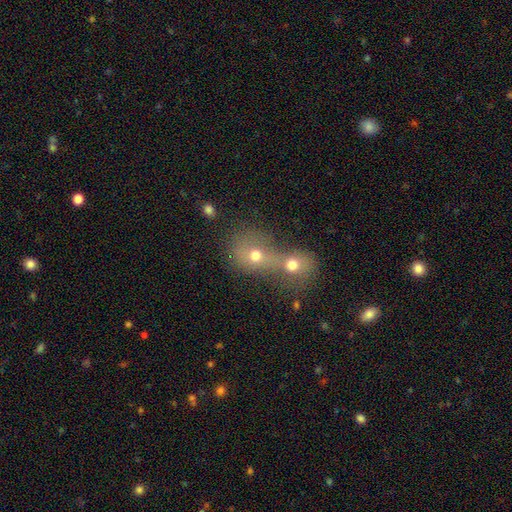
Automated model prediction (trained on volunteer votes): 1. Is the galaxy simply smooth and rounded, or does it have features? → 65% smooth, 20% featured or disk, 15% star or artifact.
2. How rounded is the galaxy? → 68% round, 30% in between, 1% cigar-shaped.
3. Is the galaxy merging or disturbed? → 76% merger, 15% none, 4% minor disturbance, 4% major disturbance.